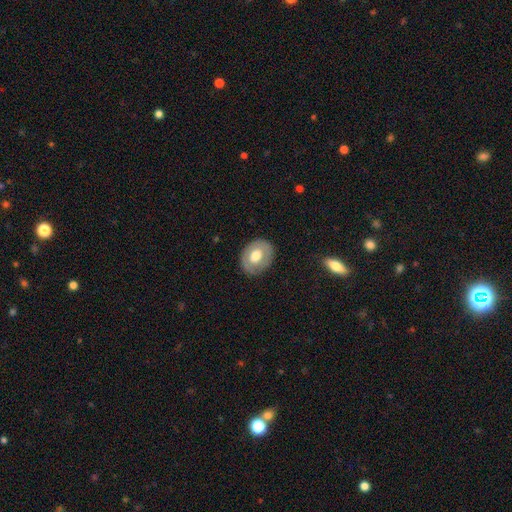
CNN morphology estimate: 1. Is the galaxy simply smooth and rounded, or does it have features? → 55% smooth, 38% featured or disk, 6% star or artifact.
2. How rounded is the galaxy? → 52% in between, 47% round, 1% cigar-shaped.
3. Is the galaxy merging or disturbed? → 83% none, 12% minor disturbance, 4% major disturbance, 1% merger.